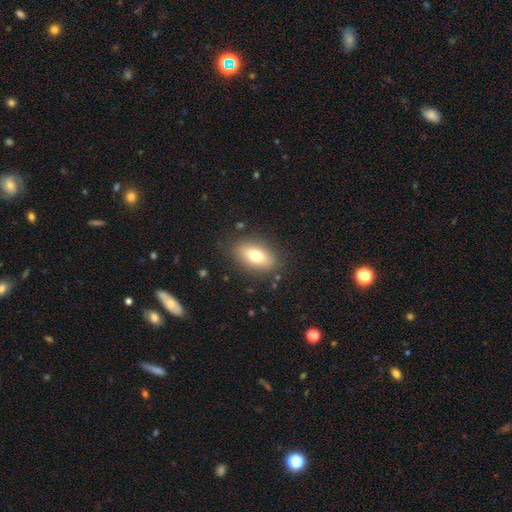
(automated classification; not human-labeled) A smooth galaxy with no disk features (72%) that is in between round and cigar-shaped (85%).

Vote fractions:
- Smooth or featured? smooth: 72% / featured or disk: 19% / star or artifact: 9%
- How rounded? in between: 85% / round: 9% / cigar-shaped: 5%
- Merging? none: 85% / minor disturbance: 10% / major disturbance: 4% / merger: 1%